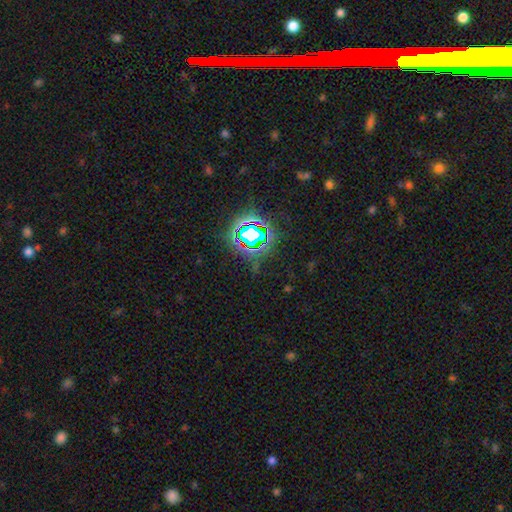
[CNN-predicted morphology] A star or artifact, not a galaxy (78%).

Vote fractions:
- Smooth or featured? star or artifact: 78% / smooth: 14% / featured or disk: 8%